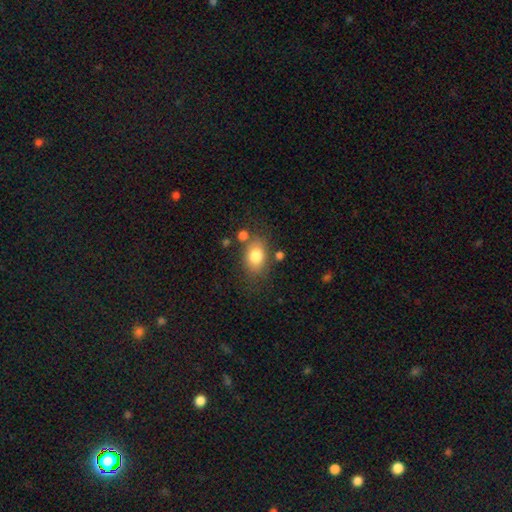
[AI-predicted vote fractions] A smooth galaxy with no disk features (79%) that is in between round and cigar-shaped (77%).

Vote fractions:
- Smooth or featured? smooth: 79% / featured or disk: 12% / star or artifact: 9%
- How rounded? in between: 77% / round: 22% / cigar-shaped: 2%
- Merging? none: 70% / minor disturbance: 16% / merger: 8% / major disturbance: 6%